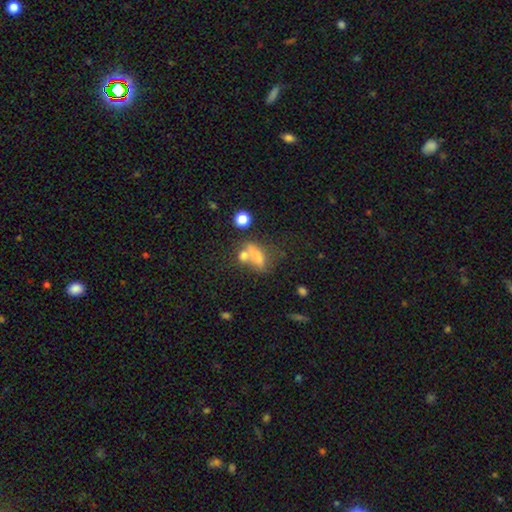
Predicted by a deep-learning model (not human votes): smooth-or-featured: smooth: 67% | featured or disk: 18% | star or artifact: 15%
  how-rounded: in between: 70% | cigar-shaped: 15% | round: 15%
  merging: merger: 38% | none: 31% | major disturbance: 16% | minor disturbance: 15%